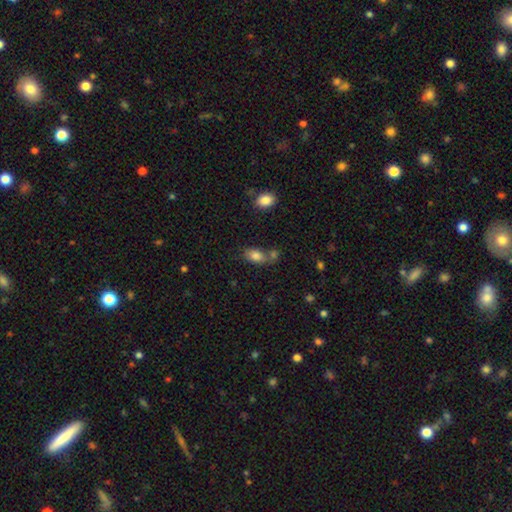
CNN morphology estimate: Smooth or featured?
  - smooth: 83% *
  - star or artifact: 9%
  - featured or disk: 8%
How rounded?
  - in between: 89% *
  - round: 8%
  - cigar-shaped: 3%
Merging?
  - none: 54% *
  - merger: 27%
  - minor disturbance: 15%
  - major disturbance: 5%